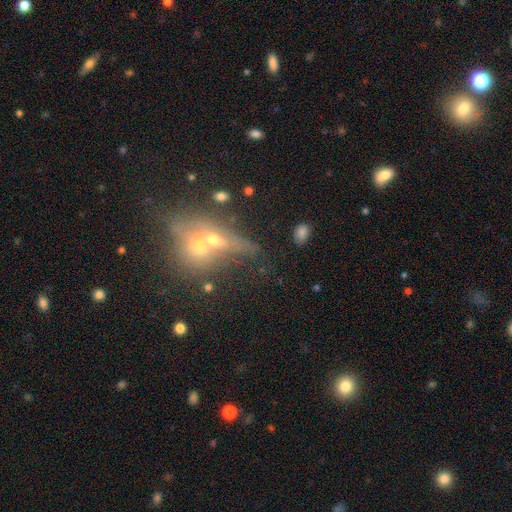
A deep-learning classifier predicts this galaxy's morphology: Smooth or featured? featured or disk (45%)
Merging? none (47%)